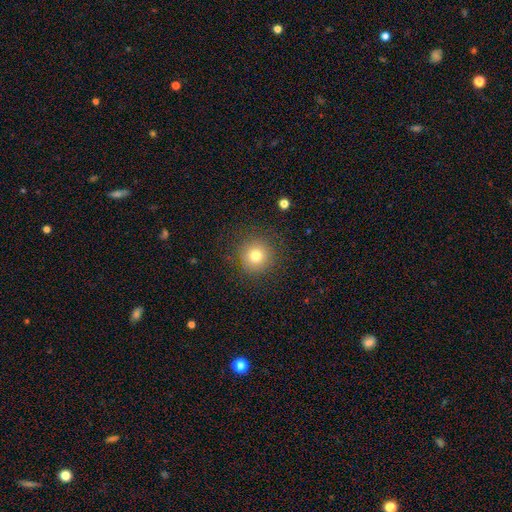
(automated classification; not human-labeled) Morphology: type=smooth (76%); roundness=round (94%); merging=none (87%).